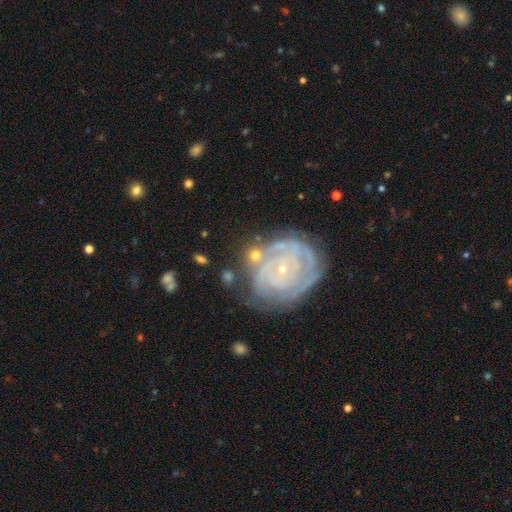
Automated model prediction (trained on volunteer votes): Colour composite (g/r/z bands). It shows a featured or disk galaxy (67%) with no bar (68%), tight (76%) spiral arms (89%) and a small central bulge (76%). Merging: none (64%).